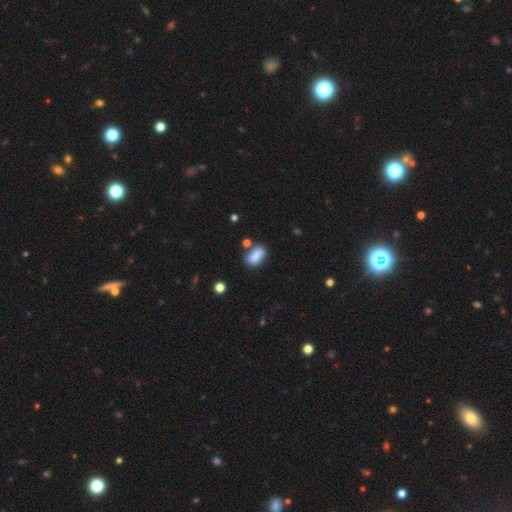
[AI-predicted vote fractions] smooth-or-featured: smooth: 85% | star or artifact: 9% | featured or disk: 7%
  how-rounded: in between: 88% | round: 7% | cigar-shaped: 5%
  merging: none: 64% | minor disturbance: 18% | merger: 13% | major disturbance: 5%